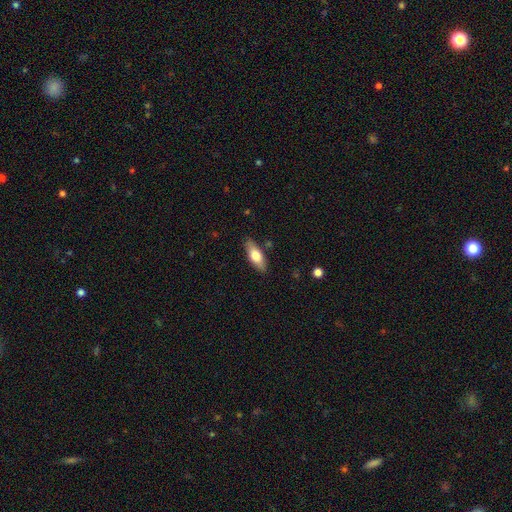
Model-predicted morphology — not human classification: This appears to be a smooth galaxy with no disk features (69%) that is in between round and cigar-shaped (71%). Merging: none (85%).